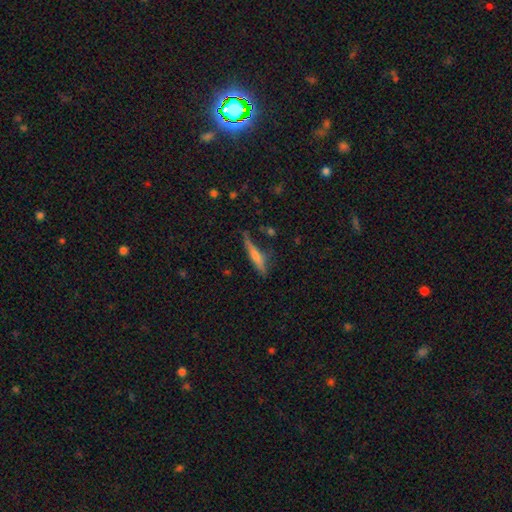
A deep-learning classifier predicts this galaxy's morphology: This appears to be a smooth galaxy with no disk features (52%) that is cigar-shaped (91%). Merging: none (71%).